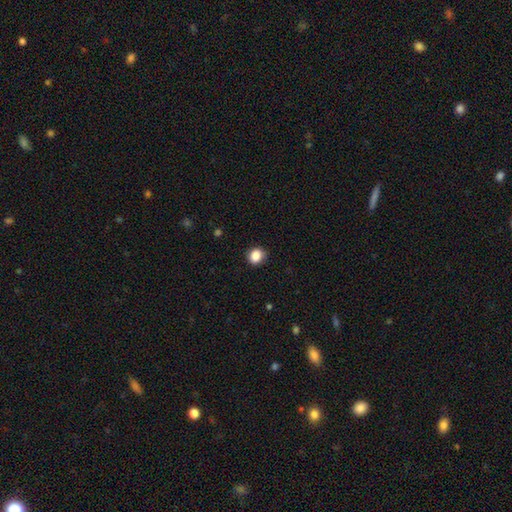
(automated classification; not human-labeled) Smooth or featured? smooth (86%)
How rounded? round (75%)
Merging? none (87%)